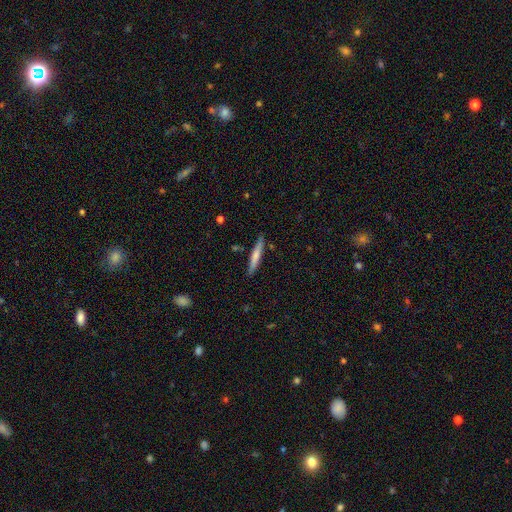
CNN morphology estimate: This appears to be a smooth galaxy with no disk features (62%) that is cigar-shaped (93%). Merging: none (87%).